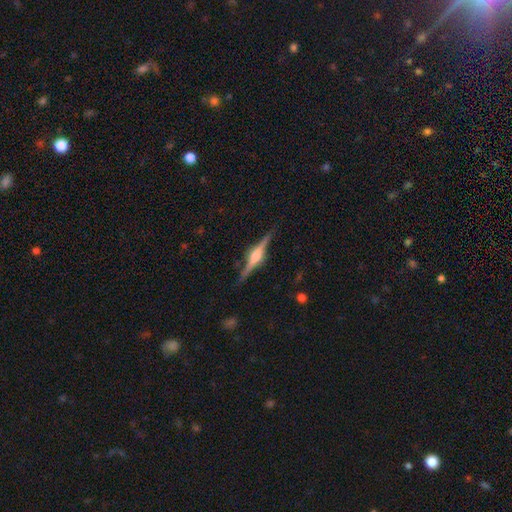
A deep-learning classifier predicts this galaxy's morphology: Smooth or featured: featured or disk — 84% (smooth — 10%)
Edge-on disk: yes — 98% (no — 2%)
Edge-on bulge: rounded — 86% (boxy — 12%)
Merging: none — 87% (minor disturbance — 10%)